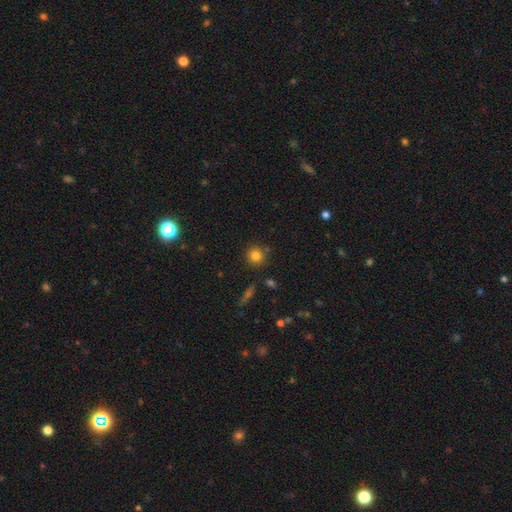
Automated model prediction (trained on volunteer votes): This appears to be a smooth galaxy with no disk features (80%) that is round (92%). Merging: none (85%).